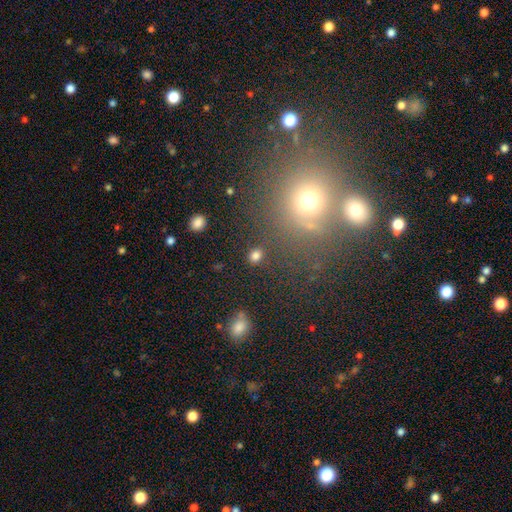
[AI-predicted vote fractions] Smooth or featured?
  - smooth: 81% *
  - star or artifact: 14%
  - featured or disk: 5%
How rounded?
  - round: 60% *
  - in between: 39%
  - cigar-shaped: 1%
Merging?
  - none: 86% *
  - minor disturbance: 8%
  - merger: 3%
  - major disturbance: 3%